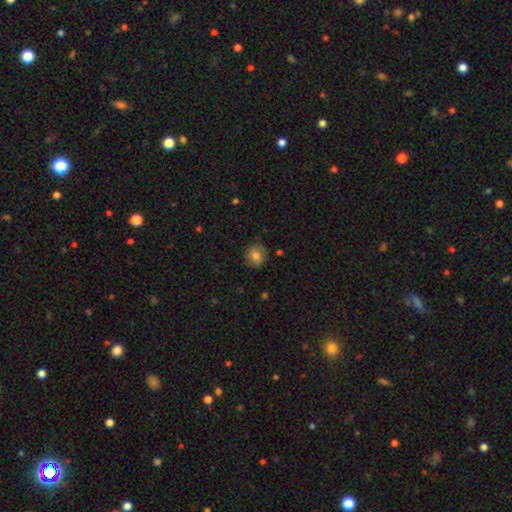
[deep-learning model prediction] Overall: smooth (73%). How rounded: round (78%). Merging: none (82%).